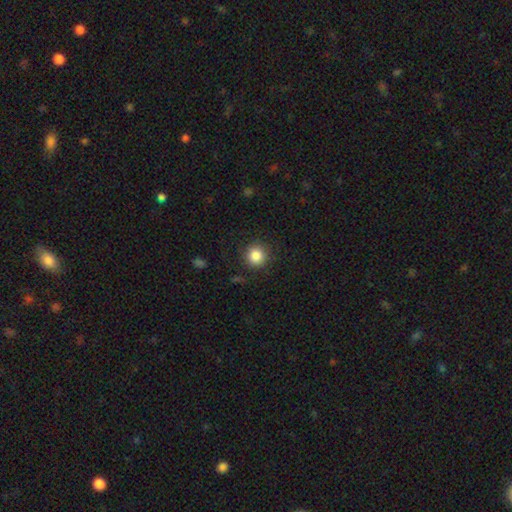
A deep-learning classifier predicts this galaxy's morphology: smooth-or-featured: smooth: 86% | star or artifact: 10% | featured or disk: 4%
  how-rounded: round: 93% | in between: 6% | cigar-shaped: 1%
  merging: none: 88% | minor disturbance: 8% | major disturbance: 3% | merger: 1%